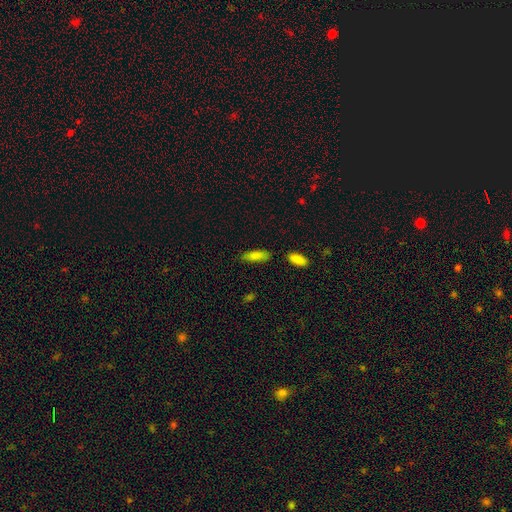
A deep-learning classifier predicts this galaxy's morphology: Overall: smooth (84%). How rounded: in between (57%; cigar-shaped 41%). Merging: none (75%).